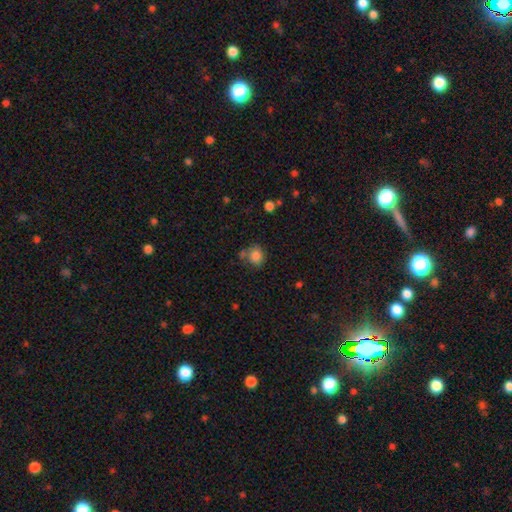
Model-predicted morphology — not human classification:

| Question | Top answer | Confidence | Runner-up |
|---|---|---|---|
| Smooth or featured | smooth | 83% | star or artifact (9%) |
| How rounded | round | 77% | in between (22%) |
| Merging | none | 61% | minor disturbance (18%) |